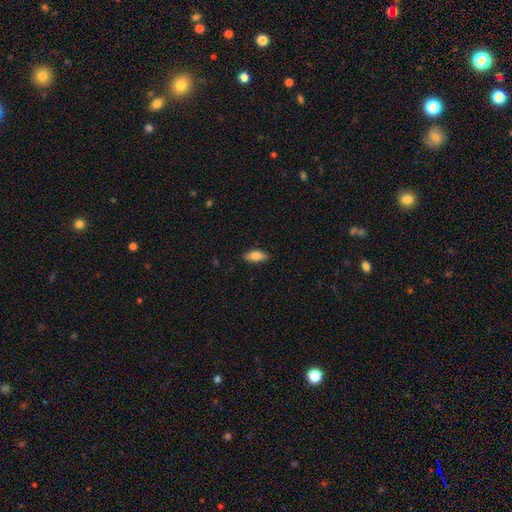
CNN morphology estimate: Smooth or featured? smooth (78%)
How rounded? in between (80%)
Merging? none (86%)